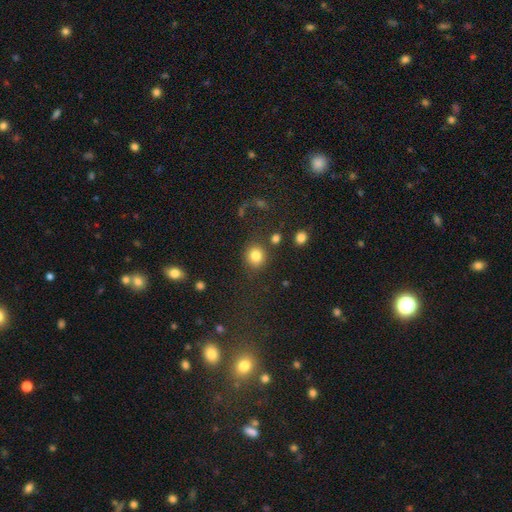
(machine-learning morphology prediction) smooth-or-featured: smooth: 82% | star or artifact: 11% | featured or disk: 6%
  how-rounded: round: 84% | in between: 15% | cigar-shaped: 1%
  merging: none: 80% | minor disturbance: 10% | merger: 6% | major disturbance: 4%